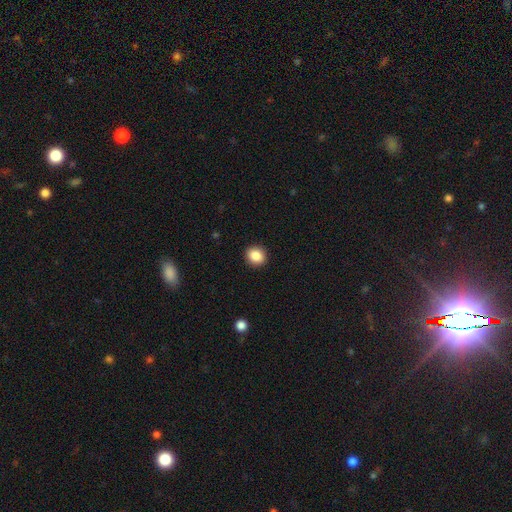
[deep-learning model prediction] Smooth or featured? Predicted: smooth (p=0.86). How rounded? Predicted: round (p=0.79). Merging? Predicted: none (p=0.92).